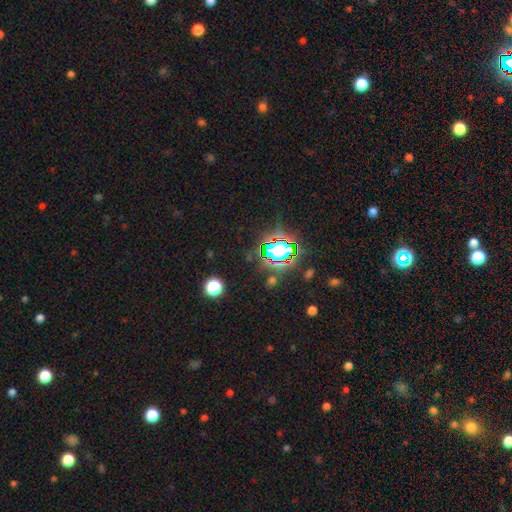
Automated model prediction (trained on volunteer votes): star or artifact 79%, smooth 14%, featured or disk 7%.